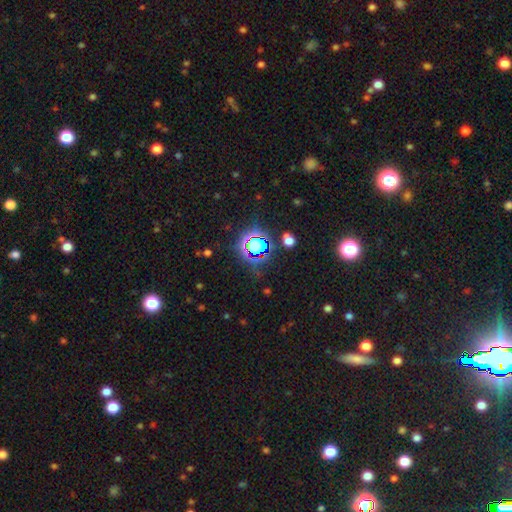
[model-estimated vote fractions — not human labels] Smooth or featured?
  - star or artifact: 76% *
  - smooth: 16%
  - featured or disk: 8%